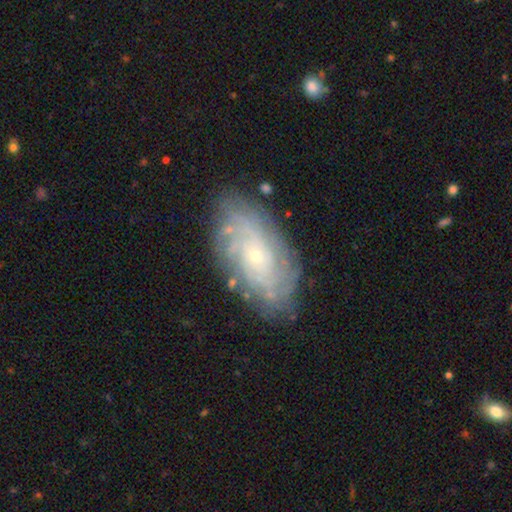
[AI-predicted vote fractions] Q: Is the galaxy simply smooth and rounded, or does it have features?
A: featured or disk — 81%.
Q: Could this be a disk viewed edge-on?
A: no — 94%.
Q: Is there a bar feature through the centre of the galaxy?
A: no — 80%.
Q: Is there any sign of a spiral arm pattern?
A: yes — 93%.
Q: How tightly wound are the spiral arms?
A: tight — 74%.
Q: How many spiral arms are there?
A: can't tell — 44%.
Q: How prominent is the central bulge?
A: small — 80%.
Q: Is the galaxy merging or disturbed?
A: none — 78%.